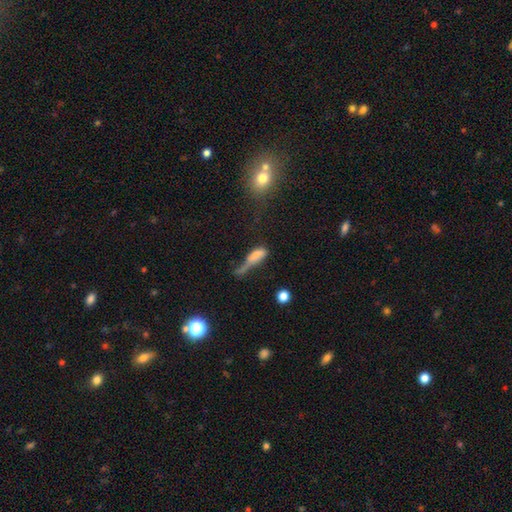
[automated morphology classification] smooth_or_featured: smooth (p=0.64) [alt: featured or disk p=0.25]
how_rounded: in between (p=0.57) [alt: cigar-shaped p=0.38]
merging: major disturbance (p=0.45) [alt: minor disturbance p=0.24]